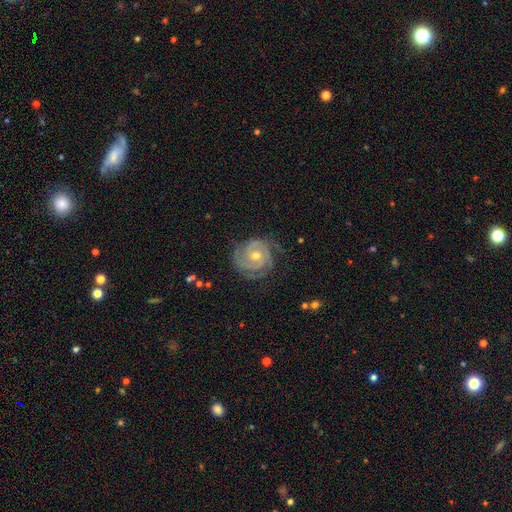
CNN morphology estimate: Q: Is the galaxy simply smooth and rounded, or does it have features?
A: featured or disk — 91%.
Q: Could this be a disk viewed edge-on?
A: no — 98%.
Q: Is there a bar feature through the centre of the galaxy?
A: no — 64%.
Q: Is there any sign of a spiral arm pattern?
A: yes — 98%.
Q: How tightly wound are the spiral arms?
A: tight — 76%.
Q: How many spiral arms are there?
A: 3 — 42%.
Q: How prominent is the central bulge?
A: moderate — 58%.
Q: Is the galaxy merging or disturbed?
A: none — 78%.